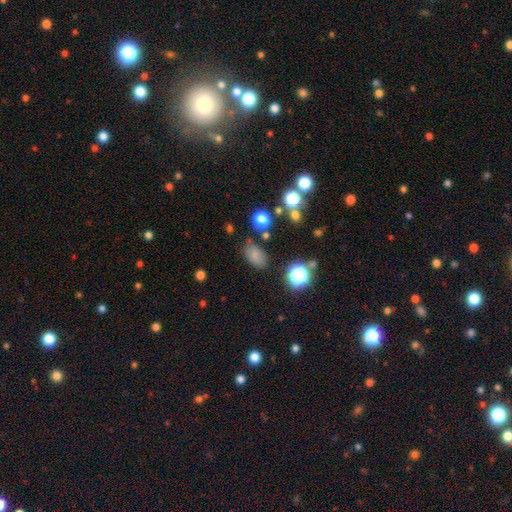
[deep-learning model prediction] Overall: smooth (76%). How rounded: in between (85%). Merging: none (71%).